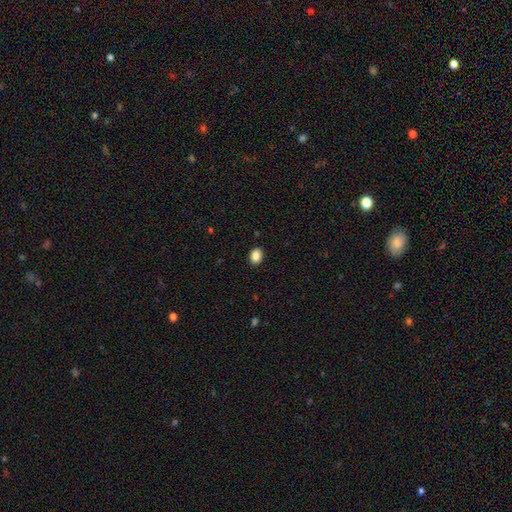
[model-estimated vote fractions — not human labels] smooth_or_featured: smooth (p=0.88) [alt: star or artifact p=0.08]
how_rounded: in between (p=0.71) [alt: round p=0.28]
merging: none (p=0.90) [alt: minor disturbance p=0.07]